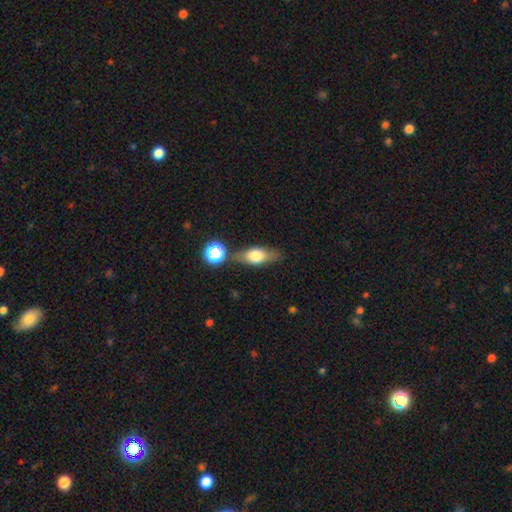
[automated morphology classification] Overall: smooth (59%; featured or disk 32%). How rounded: in between (67%). Merging: none (72%).